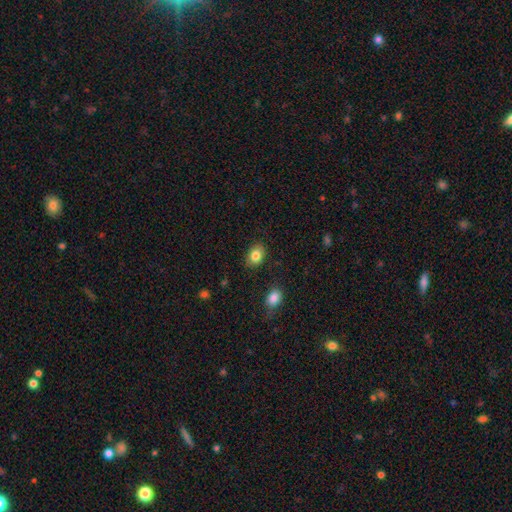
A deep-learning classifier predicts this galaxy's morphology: Smooth or featured: smooth — 84% (star or artifact — 9%)
How rounded: in between — 66% (round — 33%)
Merging: none — 84% (minor disturbance — 12%)